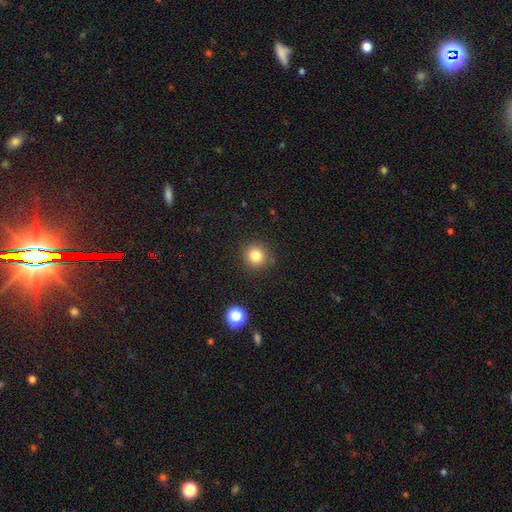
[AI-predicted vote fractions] Morphology: type=smooth (82%); roundness=round (91%); merging=none (88%).